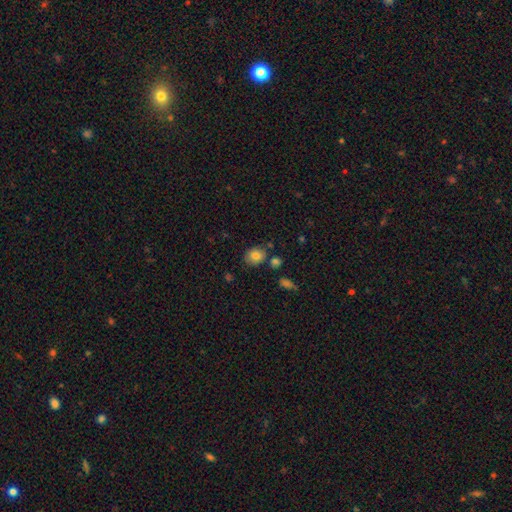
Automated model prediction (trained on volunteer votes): smooth 82%, star or artifact 10%, featured or disk 9%. Down the decision tree: how rounded — round (54%); merging — none (76%).